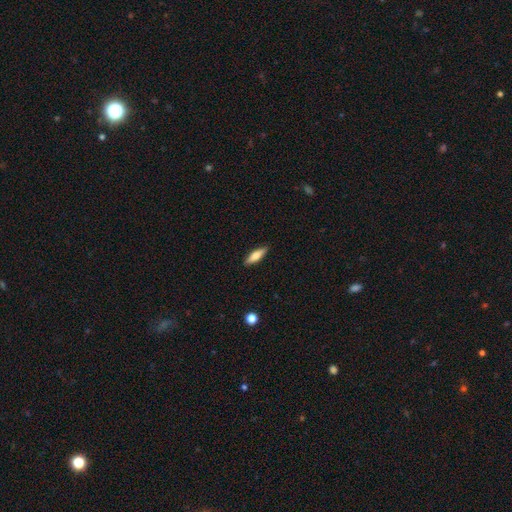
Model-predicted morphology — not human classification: Smooth or featured?
  - smooth: 70% *
  - featured or disk: 24%
  - star or artifact: 6%
How rounded?
  - cigar-shaped: 58% *
  - in between: 40%
  - round: 2%
Merging?
  - none: 88% *
  - minor disturbance: 9%
  - major disturbance: 2%
  - merger: 1%